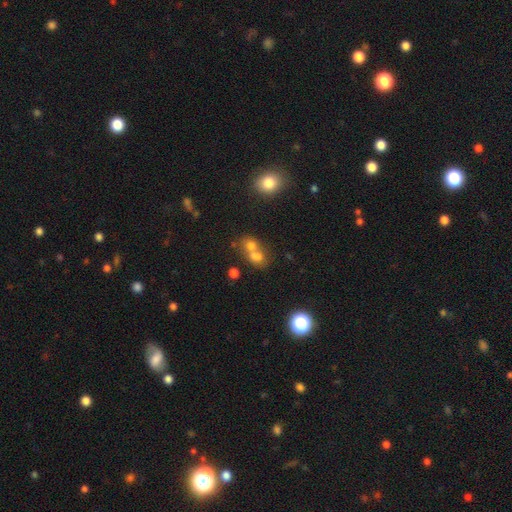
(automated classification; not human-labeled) Smooth or featured?
  - smooth: 64% *
  - star or artifact: 19%
  - featured or disk: 17%
How rounded?
  - round: 65% *
  - in between: 34%
  - cigar-shaped: 1%
Merging?
  - merger: 60% *
  - none: 29%
  - minor disturbance: 6%
  - major disturbance: 4%